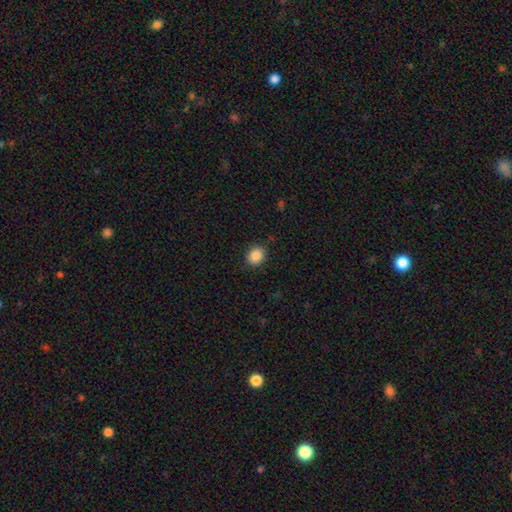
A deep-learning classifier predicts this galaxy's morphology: The model was most divided on "how rounded": round: 65%, in between: 34%, cigar-shaped: 1%. More confident: smooth or featured — smooth (88%); merging — none (87%).